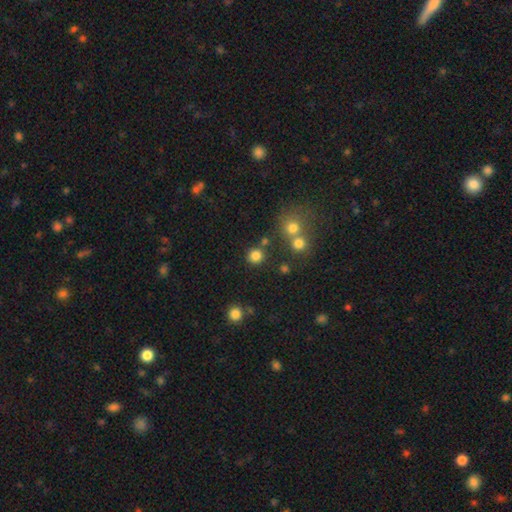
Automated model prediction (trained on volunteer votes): The model was most divided on "smooth or featured": smooth: 81%, star or artifact: 15%, featured or disk: 5%. More confident: how rounded — round (93%); merging — none (83%).